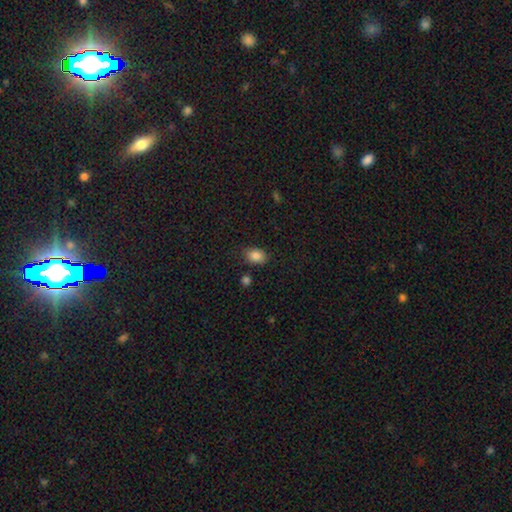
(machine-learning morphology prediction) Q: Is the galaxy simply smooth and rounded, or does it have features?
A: smooth — 86%.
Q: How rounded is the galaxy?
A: in between — 78%.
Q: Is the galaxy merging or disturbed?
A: none — 81%.